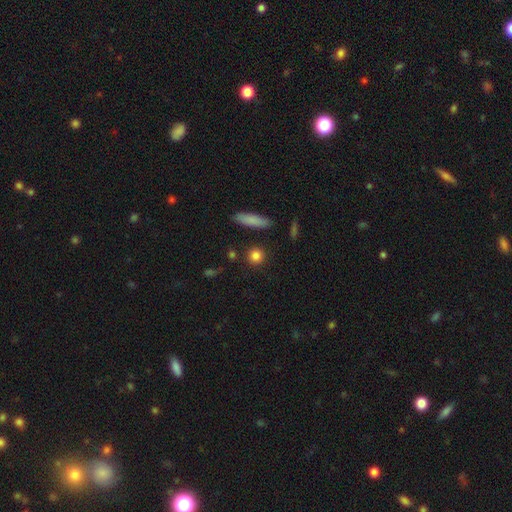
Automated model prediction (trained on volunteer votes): A smooth galaxy with no disk features (85%) that is round (86%). Merging: none (88%).